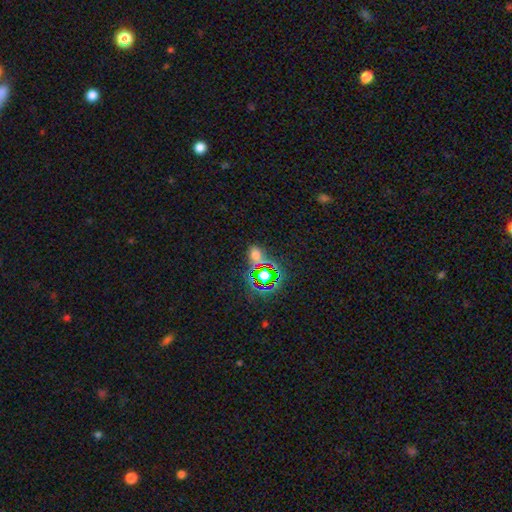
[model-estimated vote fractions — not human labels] Smooth or featured? smooth (48%)
Merging? none (66%)